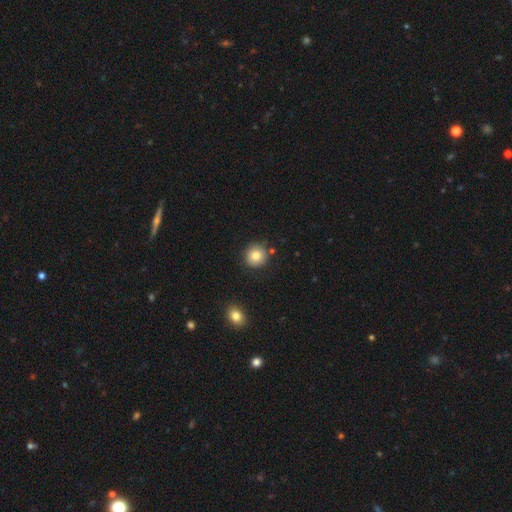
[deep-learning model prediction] Overall: smooth (83%). How rounded: round (92%). Merging: none (86%).